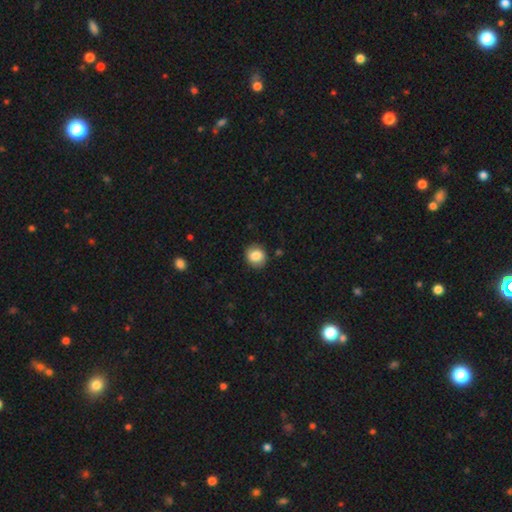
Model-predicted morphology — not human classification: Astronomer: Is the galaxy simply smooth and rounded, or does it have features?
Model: smooth — 81%.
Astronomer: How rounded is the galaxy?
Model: round — 74%.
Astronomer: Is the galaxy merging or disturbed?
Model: none — 84%.